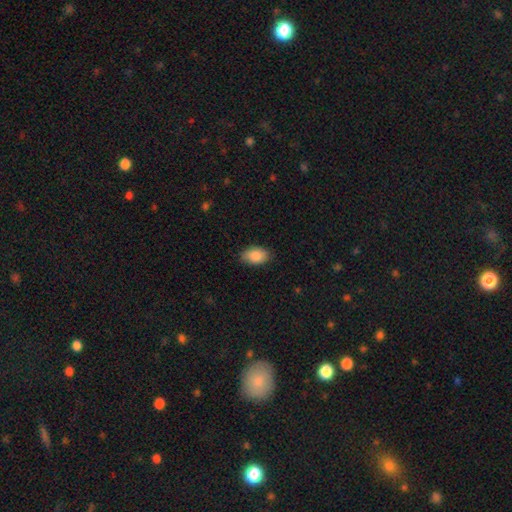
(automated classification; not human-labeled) smooth-or-featured: smooth: 88% | star or artifact: 7% | featured or disk: 6%
  how-rounded: in between: 90% | round: 8% | cigar-shaped: 1%
  merging: none: 83% | minor disturbance: 13% | major disturbance: 3% | merger: 1%